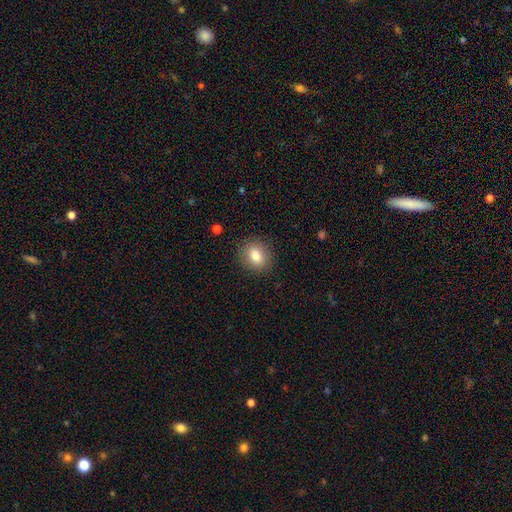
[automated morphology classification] The model was most divided on "how rounded": round: 54%, in between: 45%, cigar-shaped: 1%. More confident: merging — none (87%); smooth or featured — smooth (82%).